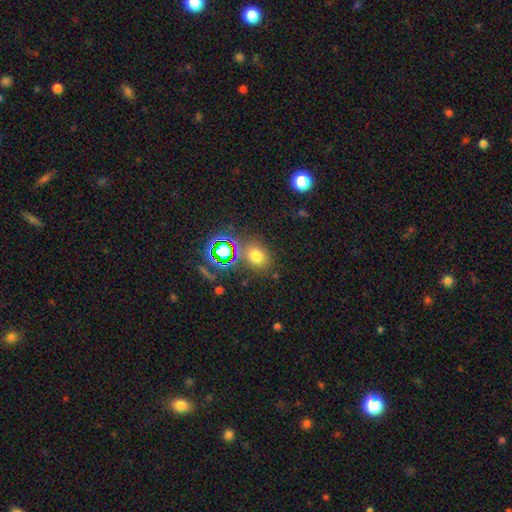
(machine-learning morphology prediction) A smooth galaxy with no disk features (65%) that is round (55%). Merging: none (73%).